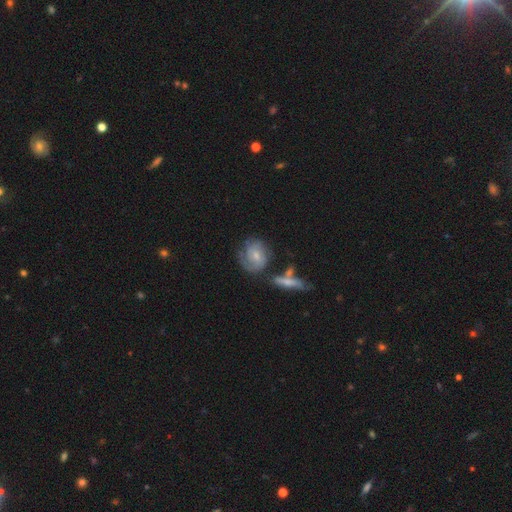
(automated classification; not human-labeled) smooth-or-featured: featured or disk: 64% | smooth: 29% | star or artifact: 6%
  disk-edge-on: no: 95% | yes: 5%
    bar: no: 64% | weak: 30% | strong: 6%
    has-spiral-arms: yes: 85% | no: 15%
      spiral-winding: tight: 54% | medium: 32% | loose: 14%
      spiral-arm-count: 2: 35% | can't tell: 34% | 1: 16% | 3: 10% | 4: 3% | more than 4: 2%
    bulge-size: small: 56% | moderate: 37% | none: 4% | large: 2% | dominant: 1%
  merging: none: 53% | minor disturbance: 22% | major disturbance: 13% | merger: 12%